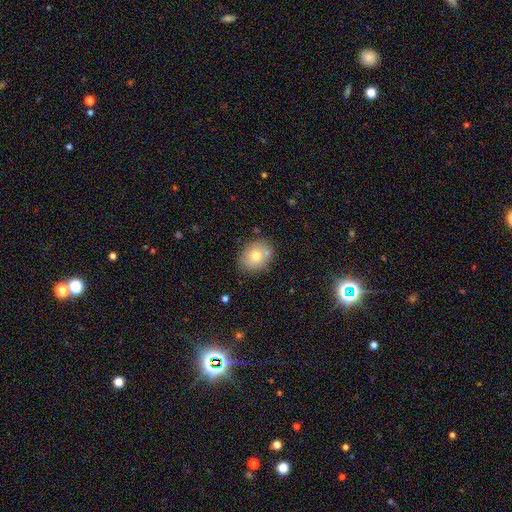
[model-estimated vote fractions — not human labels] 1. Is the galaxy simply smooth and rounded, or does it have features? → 72% smooth, 17% featured or disk, 11% star or artifact.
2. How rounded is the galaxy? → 55% round, 44% in between, 1% cigar-shaped.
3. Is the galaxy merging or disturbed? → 76% none, 13% minor disturbance, 8% merger, 3% major disturbance.